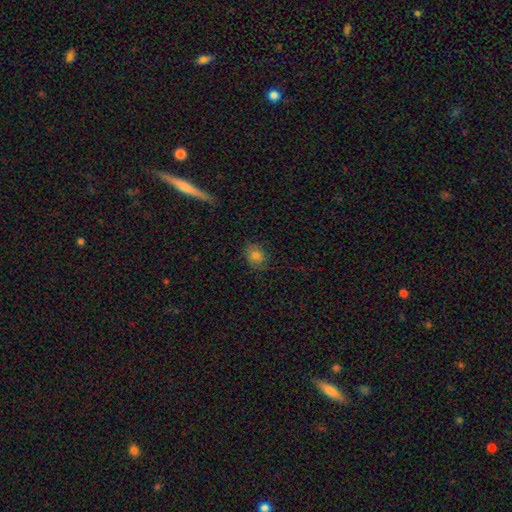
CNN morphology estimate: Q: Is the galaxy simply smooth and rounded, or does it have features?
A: smooth — 81%.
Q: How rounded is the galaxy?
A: round — 51%.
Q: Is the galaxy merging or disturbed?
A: none — 83%.